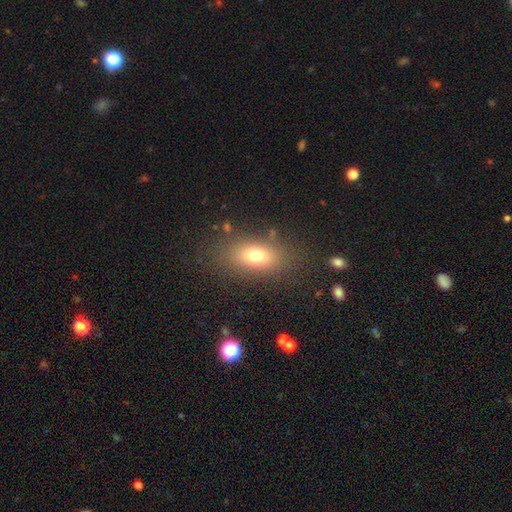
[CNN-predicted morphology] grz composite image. It shows a smooth galaxy with no disk features (74%) that is in between round and cigar-shaped (82%). Merging: none (81%).